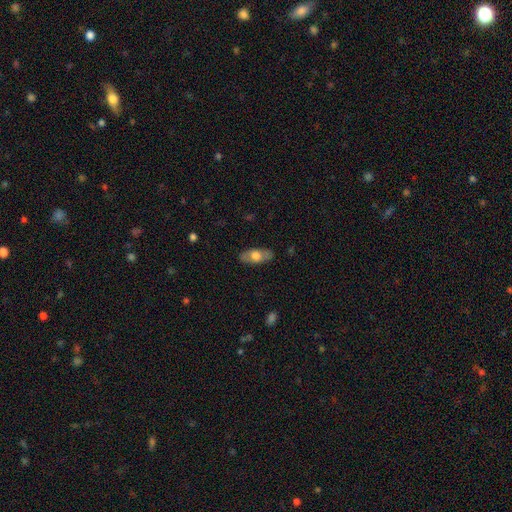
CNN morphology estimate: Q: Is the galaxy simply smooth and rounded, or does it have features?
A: smooth — 56%.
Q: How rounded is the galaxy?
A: in between — 83%.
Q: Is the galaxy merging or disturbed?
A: none — 84%.